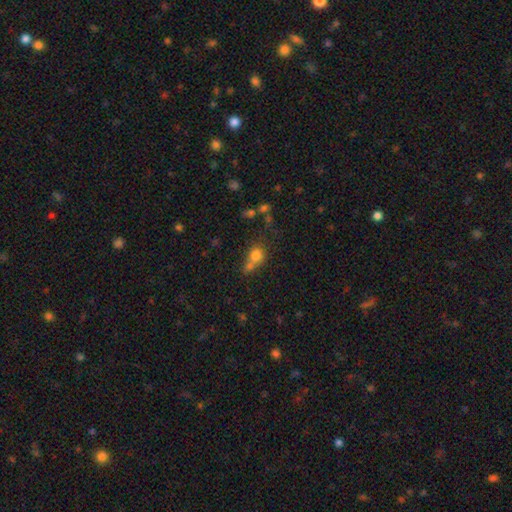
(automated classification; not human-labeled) smooth 75%, star or artifact 14%, featured or disk 11%. Down the decision tree: how rounded — round (70%); merging — merger (43%).